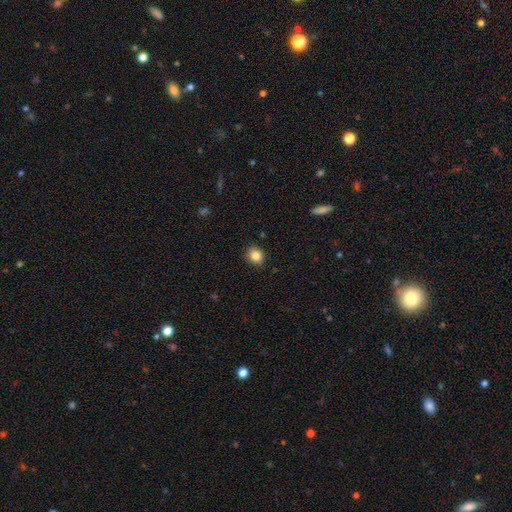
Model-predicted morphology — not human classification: The model was most divided on "how rounded": round: 67%, in between: 32%, cigar-shaped: 1%. More confident: merging — none (87%); smooth or featured — smooth (85%).